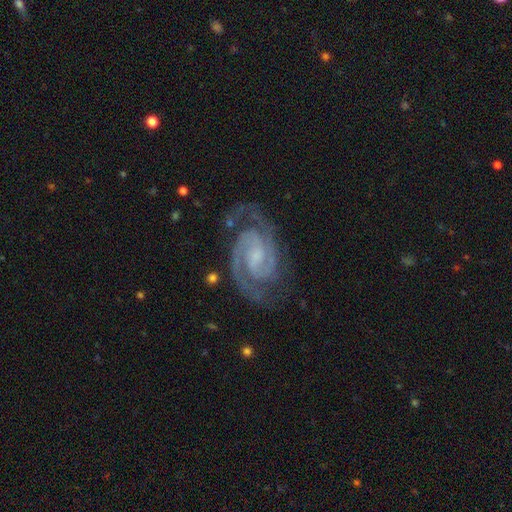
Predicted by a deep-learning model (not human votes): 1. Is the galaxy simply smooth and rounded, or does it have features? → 93% featured or disk, 4% star or artifact, 3% smooth.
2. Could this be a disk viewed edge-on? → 98% no, 2% yes.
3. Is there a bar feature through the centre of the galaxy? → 48% weak, 36% no, 16% strong.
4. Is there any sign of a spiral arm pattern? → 99% yes, 1% no.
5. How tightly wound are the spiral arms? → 54% tight, 41% medium, 4% loose.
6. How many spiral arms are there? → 92% 2, 3% 3, 2% can't tell, 1% 1, 1% 4, 1% more than 4.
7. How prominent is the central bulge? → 54% small, 23% moderate, 20% none, 2% large, 1% dominant.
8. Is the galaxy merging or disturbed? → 79% none, 15% minor disturbance, 5% major disturbance, 2% merger.